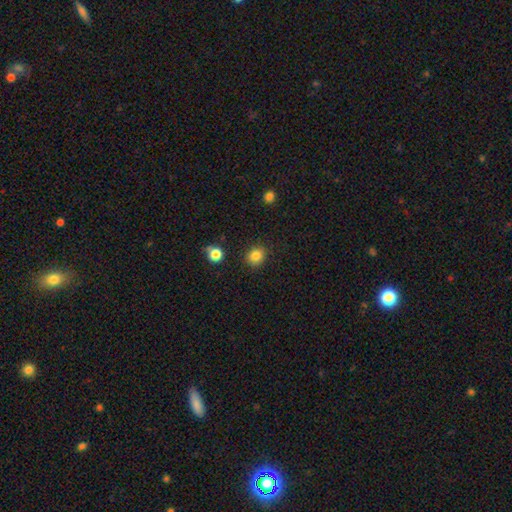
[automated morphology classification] Overall: smooth (84%). How rounded: round (77%). Merging: none (87%).